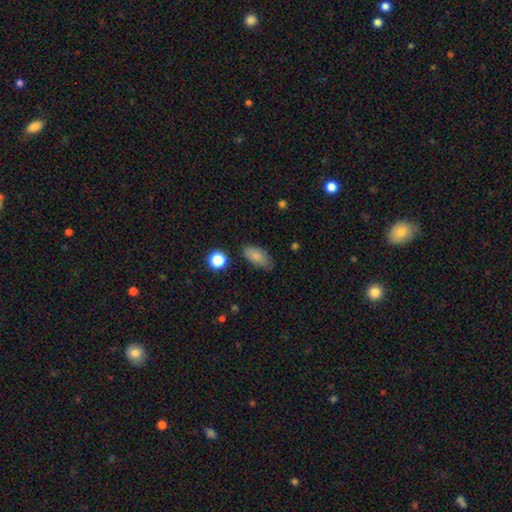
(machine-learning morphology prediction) smooth_or_featured: smooth (p=0.82) [alt: featured or disk p=0.10]
how_rounded: in between (p=0.88) [alt: cigar-shaped p=0.07]
merging: none (p=0.72) [alt: minor disturbance p=0.21]